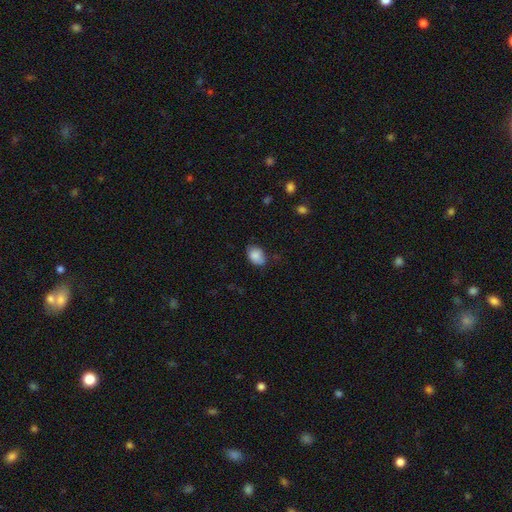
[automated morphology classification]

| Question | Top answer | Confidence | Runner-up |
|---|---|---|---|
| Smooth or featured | smooth | 86% | star or artifact (8%) |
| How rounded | in between | 79% | round (20%) |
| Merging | none | 65% | minor disturbance (27%) |